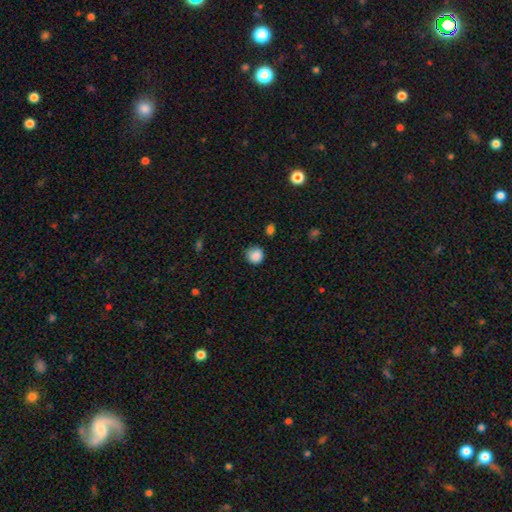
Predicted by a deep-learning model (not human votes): smooth_or_featured: smooth (p=0.87) [alt: star or artifact p=0.10]
how_rounded: round (p=0.89) [alt: in between p=0.10]
merging: none (p=0.74) [alt: minor disturbance p=0.20]